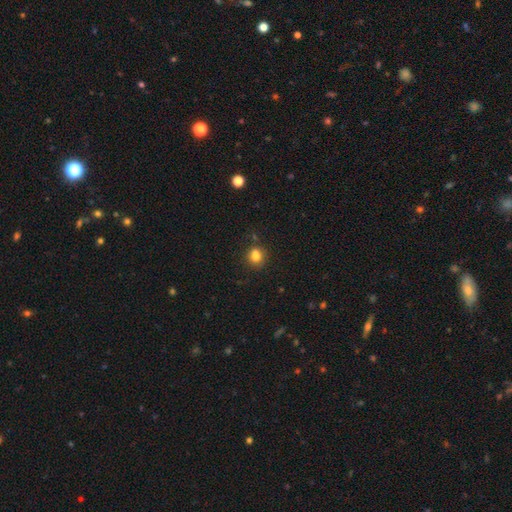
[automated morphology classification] smooth_or_featured: smooth (p=0.80) [alt: star or artifact p=0.13]
how_rounded: round (p=0.70) [alt: in between p=0.29]
merging: none (p=0.70) [alt: minor disturbance p=0.15]